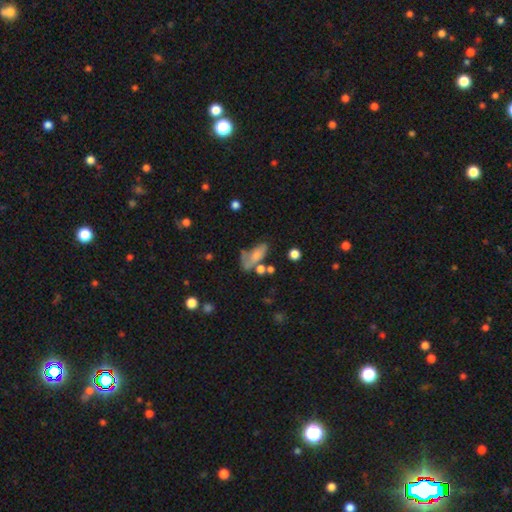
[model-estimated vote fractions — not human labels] Q: Smooth or featured?
A: smooth (66%); runner-up: featured or disk (24%)
Q: How rounded?
A: in between (79%); runner-up: cigar-shaped (15%)
Q: Merging?
A: none (32%); runner-up: minor disturbance (26%)